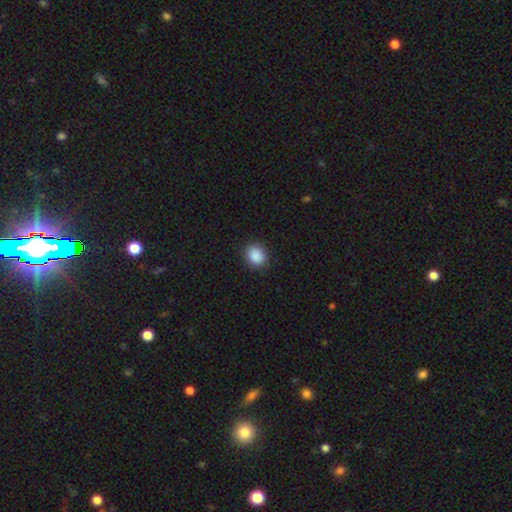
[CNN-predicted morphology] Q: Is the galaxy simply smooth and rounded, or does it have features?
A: smooth — 89%.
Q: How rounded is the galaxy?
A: round — 61%.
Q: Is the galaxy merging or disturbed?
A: none — 89%.